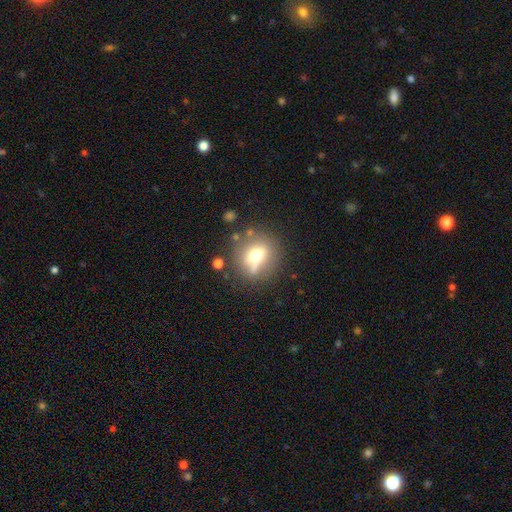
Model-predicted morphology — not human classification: A smooth galaxy with no disk features (58%) that is round (79%). Merging: none (68%).